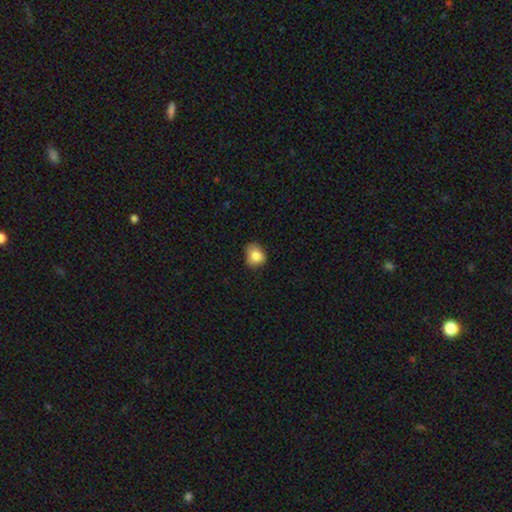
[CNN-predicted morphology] A smooth galaxy with no disk features (83%) that is round (60%). Merging: none (61%).